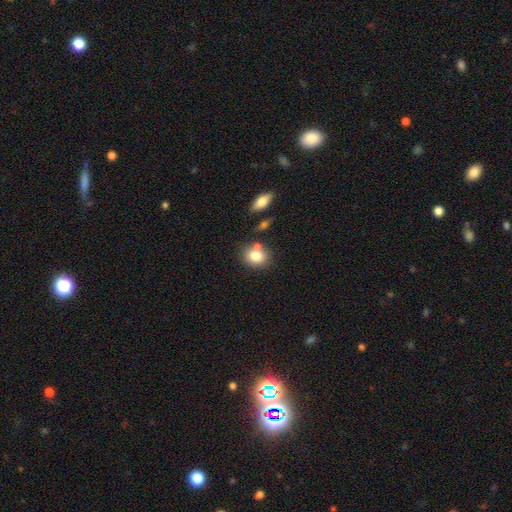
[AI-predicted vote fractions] Smooth or featured? smooth (80%)
How rounded? round (57%)
Merging? none (62%)